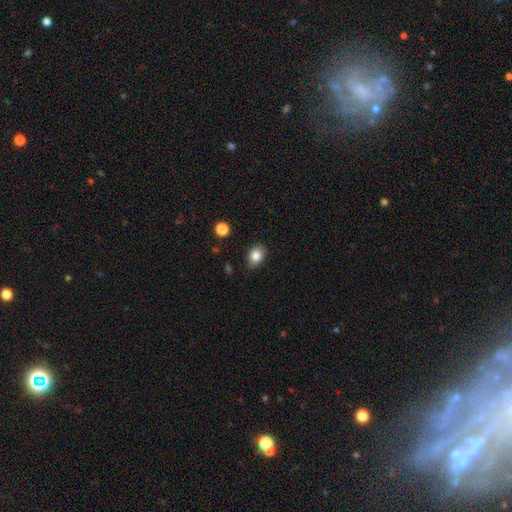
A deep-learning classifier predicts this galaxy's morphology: type=smooth (84%); roundness=in between (62%); merging=none (83%).